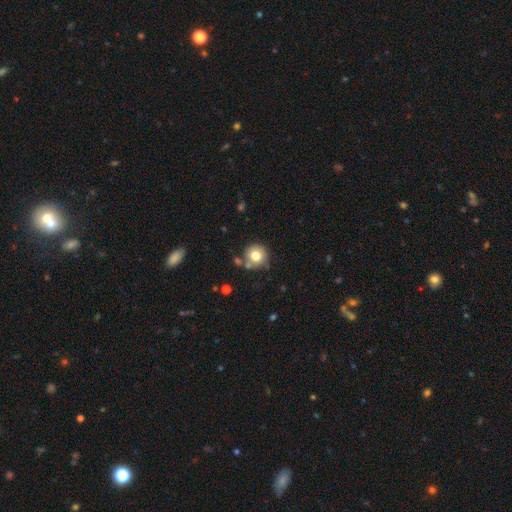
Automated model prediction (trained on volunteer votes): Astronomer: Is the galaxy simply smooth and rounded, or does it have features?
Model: smooth — 77%.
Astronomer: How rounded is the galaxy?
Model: round — 93%.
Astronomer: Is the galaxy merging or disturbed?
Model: none — 73%.